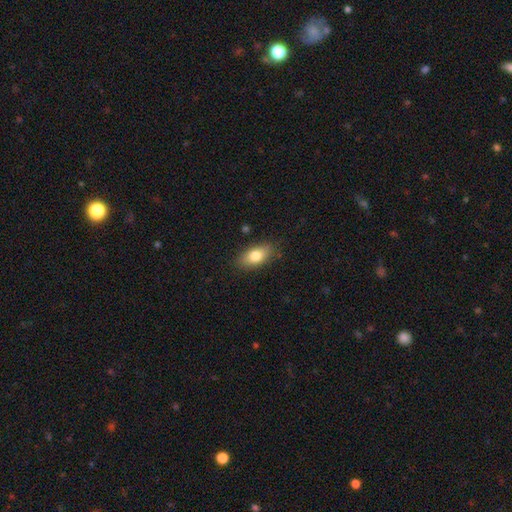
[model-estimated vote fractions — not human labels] Smooth or featured? Predicted: smooth (p=0.79). How rounded? Predicted: in between (p=0.88). Merging? Predicted: none (p=0.85).